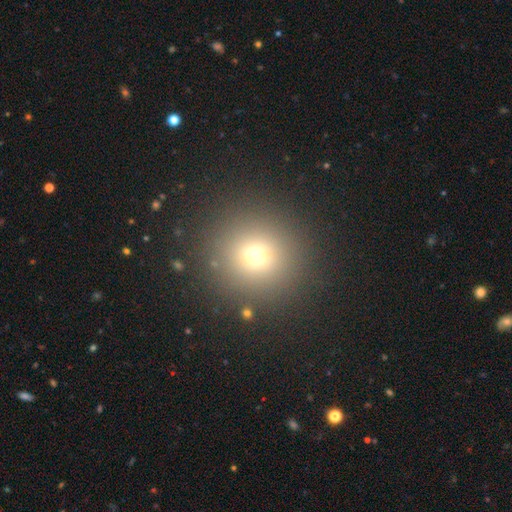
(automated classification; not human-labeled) Smooth or featured? smooth (68%)
How rounded? round (94%)
Merging? none (90%)